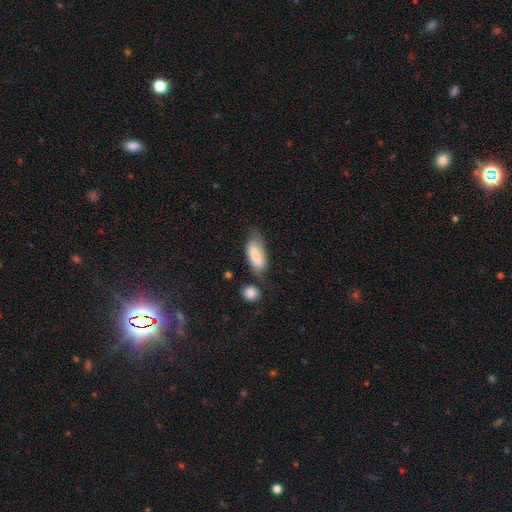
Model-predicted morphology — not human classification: Smooth or featured? smooth (76%)
How rounded? in between (85%)
Merging? none (48%)